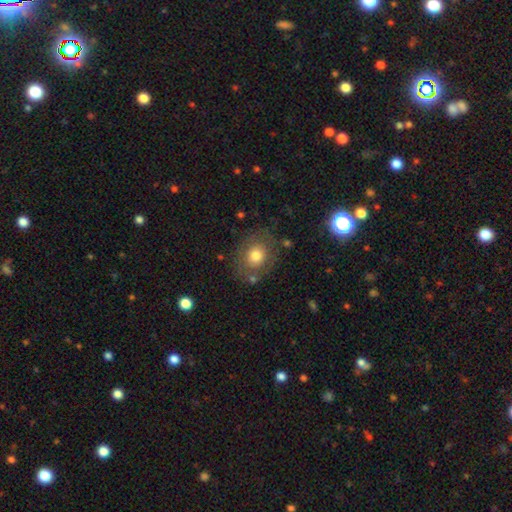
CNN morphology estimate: smooth 70%, featured or disk 20%, star or artifact 9%. Down the decision tree: how rounded — round (61%); merging — none (76%).